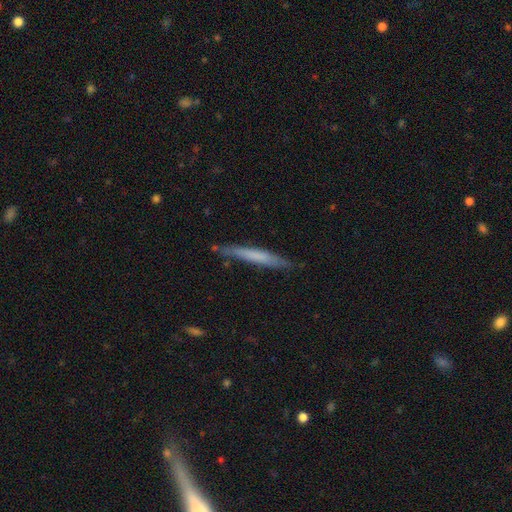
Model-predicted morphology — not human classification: smooth_or_featured: smooth (p=0.58) [alt: featured or disk p=0.36]
how_rounded: cigar-shaped (p=0.95) [alt: in between p=0.03]
merging: none (p=0.80) [alt: minor disturbance p=0.15]